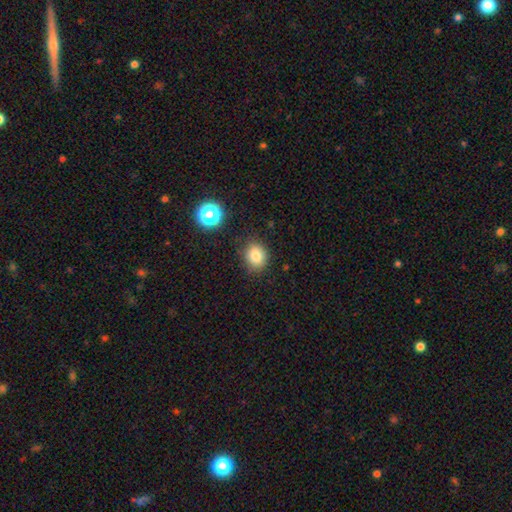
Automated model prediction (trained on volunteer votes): This is clearly a smooth galaxy (81%). How rounded: likely round (69%). Merging: clearly none (84%).